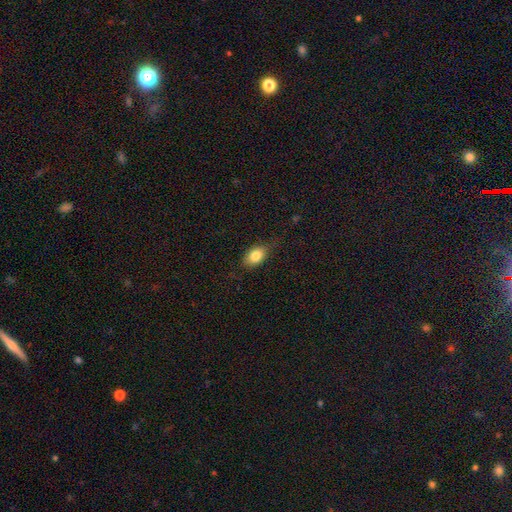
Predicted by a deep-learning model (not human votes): A smooth galaxy with no disk features (81%) that is in between round and cigar-shaped (83%). Merging: none (74%).